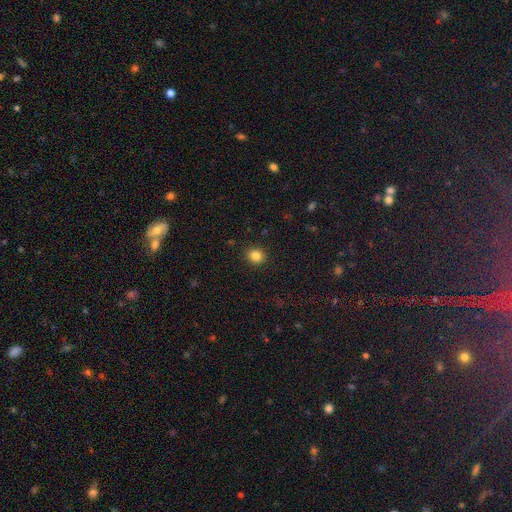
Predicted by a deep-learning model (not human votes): smooth 84%, star or artifact 12%, featured or disk 4%. Down the decision tree: how rounded — round (82%); merging — none (91%).